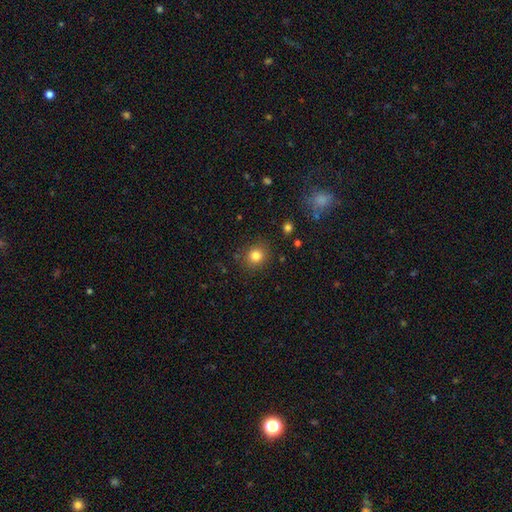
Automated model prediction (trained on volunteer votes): Smooth or featured? smooth (82%)
How rounded? round (86%)
Merging? none (87%)